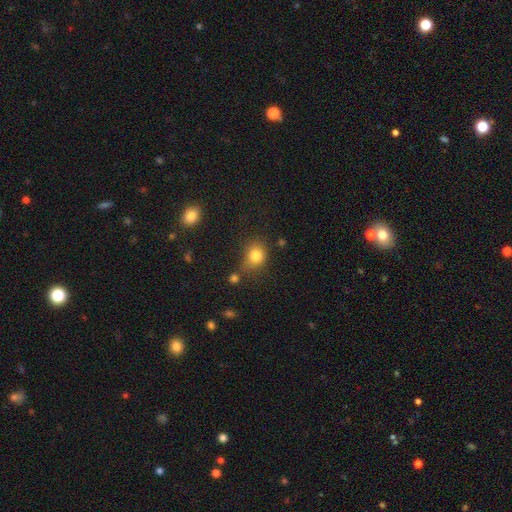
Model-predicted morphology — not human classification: This is clearly a smooth galaxy (81%). How rounded: likely round (62%). Merging: likely none (64%).